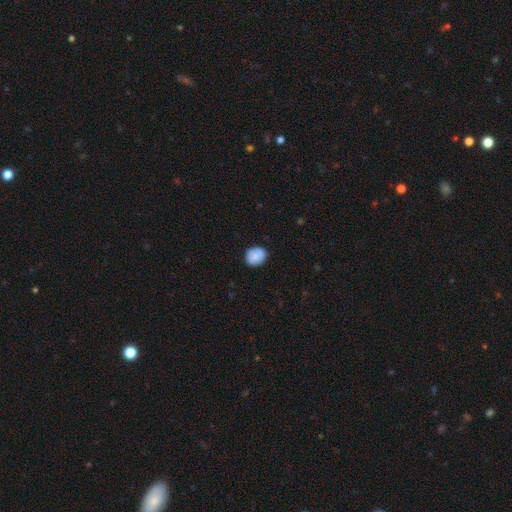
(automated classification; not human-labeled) Smooth or featured?
  - smooth: 85% *
  - featured or disk: 8%
  - star or artifact: 7%
How rounded?
  - round: 65% *
  - in between: 34%
  - cigar-shaped: 1%
Merging?
  - none: 84% *
  - minor disturbance: 12%
  - major disturbance: 2%
  - merger: 1%